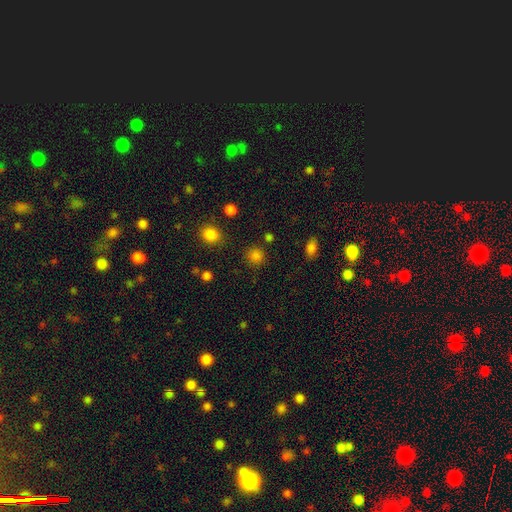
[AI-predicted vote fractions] Smooth or featured? Predicted: smooth (p=0.82). How rounded? Predicted: round (p=0.90). Merging? Predicted: none (p=0.85).